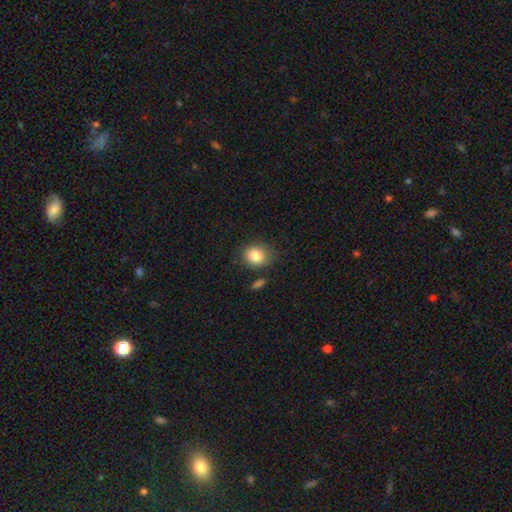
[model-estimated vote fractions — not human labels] A smooth galaxy with no disk features (83%) that is round (68%).

Vote fractions:
- Smooth or featured? smooth: 83% / star or artifact: 10% / featured or disk: 7%
- How rounded? round: 68% / in between: 31% / cigar-shaped: 1%
- Merging? none: 76% / minor disturbance: 16% / merger: 5% / major disturbance: 4%